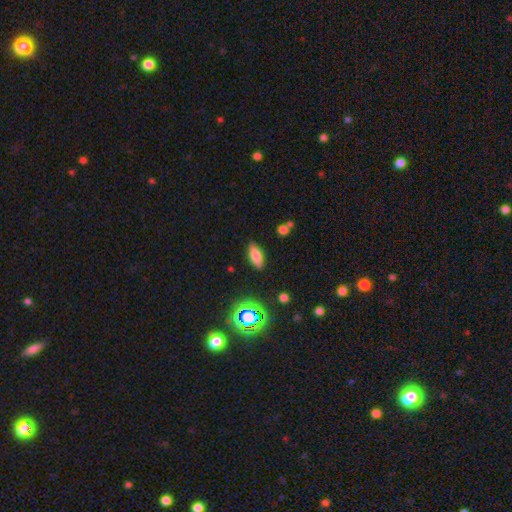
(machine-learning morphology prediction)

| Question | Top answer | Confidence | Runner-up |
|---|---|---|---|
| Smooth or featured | smooth | 68% | featured or disk (20%) |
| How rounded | in between | 75% | cigar-shaped (21%) |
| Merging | none | 86% | minor disturbance (10%) |